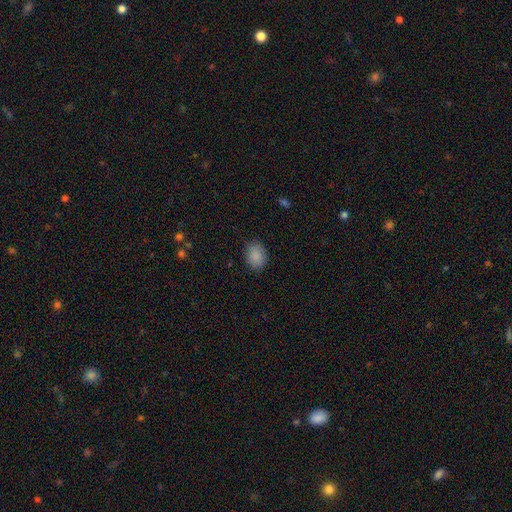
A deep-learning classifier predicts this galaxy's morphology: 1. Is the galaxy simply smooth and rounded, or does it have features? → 88% smooth, 9% star or artifact, 4% featured or disk.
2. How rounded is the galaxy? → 55% in between, 44% round, 1% cigar-shaped.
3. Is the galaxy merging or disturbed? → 86% none, 10% minor disturbance, 3% major disturbance, 1% merger.